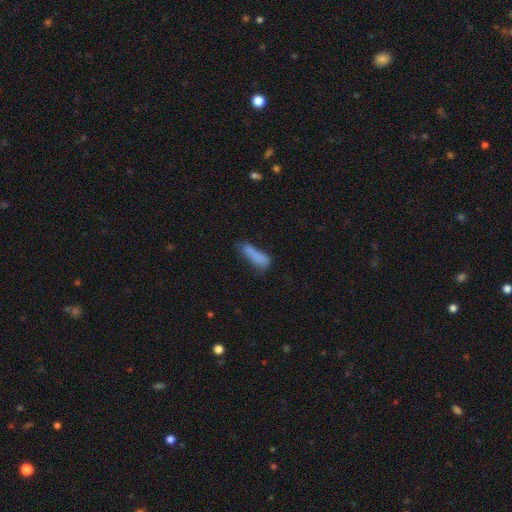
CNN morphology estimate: smooth-or-featured: smooth: 82% | featured or disk: 10% | star or artifact: 9%
  how-rounded: cigar-shaped: 73% | in between: 25% | round: 2%
  merging: none: 55% | minor disturbance: 27% | major disturbance: 11% | merger: 6%